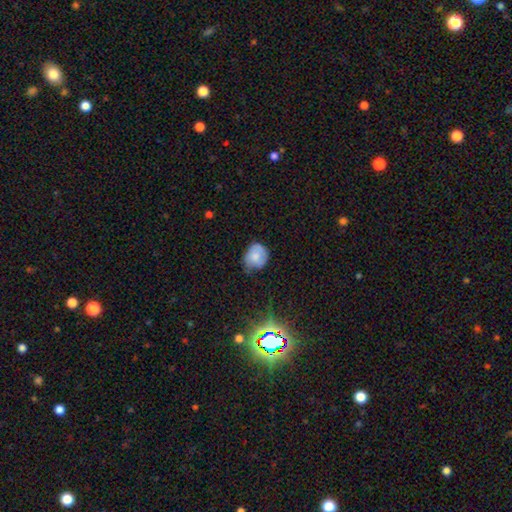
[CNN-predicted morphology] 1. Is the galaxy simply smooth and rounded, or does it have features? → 72% smooth, 18% featured or disk, 9% star or artifact.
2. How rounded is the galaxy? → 68% round, 31% in between, 1% cigar-shaped.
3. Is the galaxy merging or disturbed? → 47% none, 41% minor disturbance, 10% major disturbance, 2% merger.